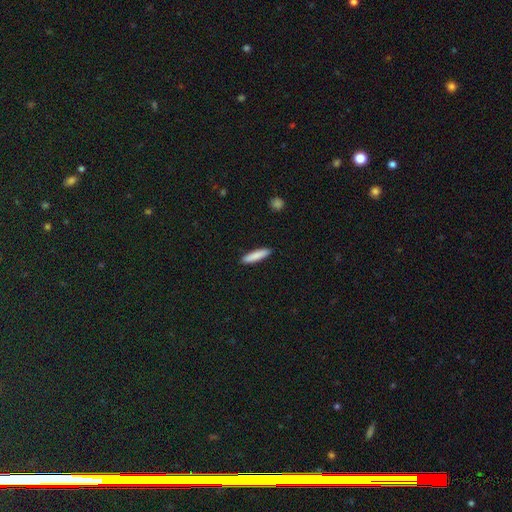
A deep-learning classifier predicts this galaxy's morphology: Smooth or featured? smooth (86%)
How rounded? cigar-shaped (84%)
Merging? none (91%)